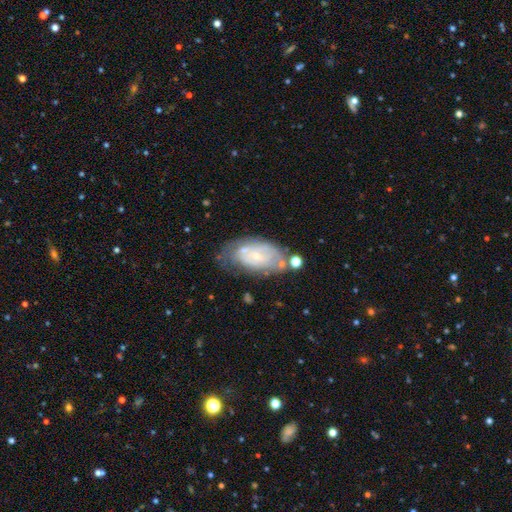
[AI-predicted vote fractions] smooth-or-featured: featured or disk: 64% | smooth: 28% | star or artifact: 8%
  disk-edge-on: no: 94% | yes: 6%
    bar: no: 77% | weak: 19% | strong: 4%
    has-spiral-arms: yes: 62% | no: 38%
    bulge-size: small: 75% | moderate: 20% | none: 2% | large: 1% | dominant: 1%
  merging: none: 52% | minor disturbance: 27% | major disturbance: 13% | merger: 9%